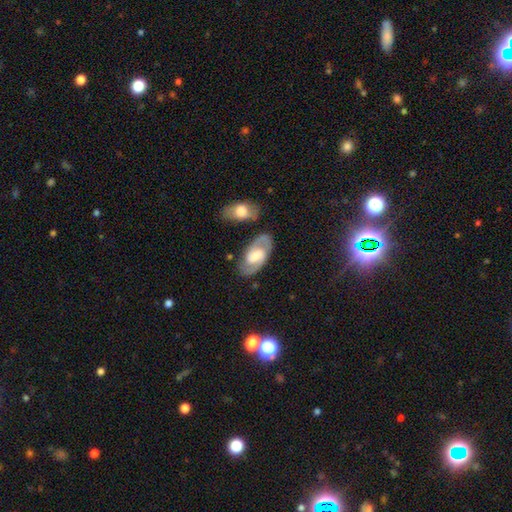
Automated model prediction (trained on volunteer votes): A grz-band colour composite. It shows a featured or disk galaxy (75%) with a weak bar (50%), 2 (87%) medium (51%) spiral arms (90%) and a moderate central bulge (44%). Merging: none (78%).